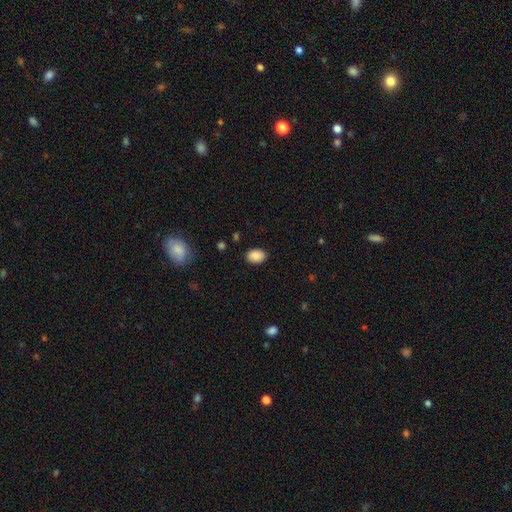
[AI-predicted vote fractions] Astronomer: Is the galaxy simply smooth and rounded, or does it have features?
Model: smooth — 85%.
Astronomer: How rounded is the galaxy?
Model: in between — 78%.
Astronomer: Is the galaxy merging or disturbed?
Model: none — 86%.